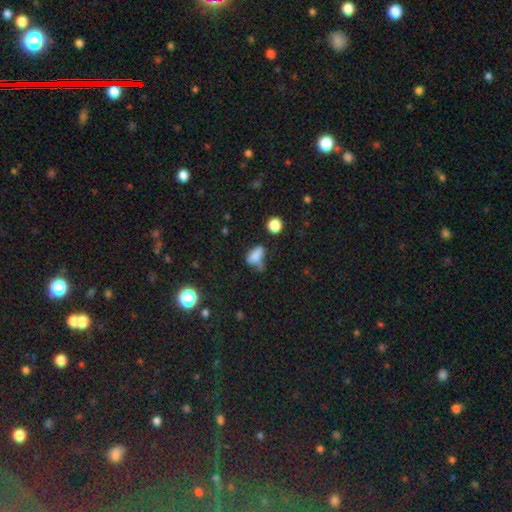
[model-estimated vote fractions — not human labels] Morphology: type=smooth (74%); roundness=in between (84%); merging=none (35%).